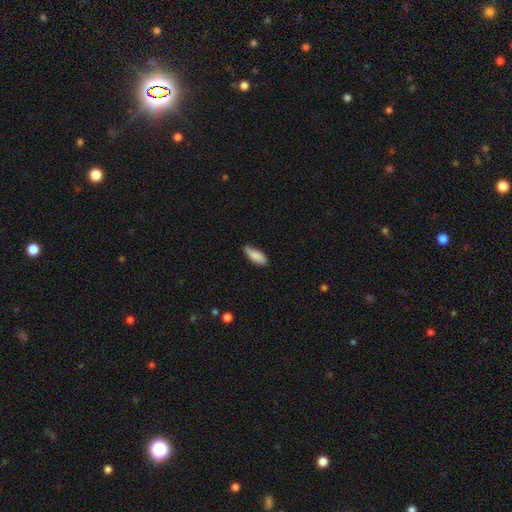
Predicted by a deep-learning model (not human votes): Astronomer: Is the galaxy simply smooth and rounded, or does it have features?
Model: smooth — 85%.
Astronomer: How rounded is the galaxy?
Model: in between — 73%.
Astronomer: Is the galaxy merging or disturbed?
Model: none — 60%.